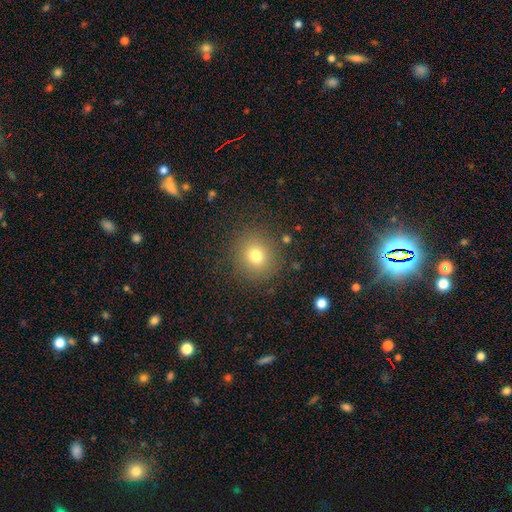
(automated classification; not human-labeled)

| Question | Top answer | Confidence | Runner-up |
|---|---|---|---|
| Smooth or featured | smooth | 74% | star or artifact (16%) |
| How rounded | round | 91% | in between (8%) |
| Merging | none | 87% | minor disturbance (8%) |